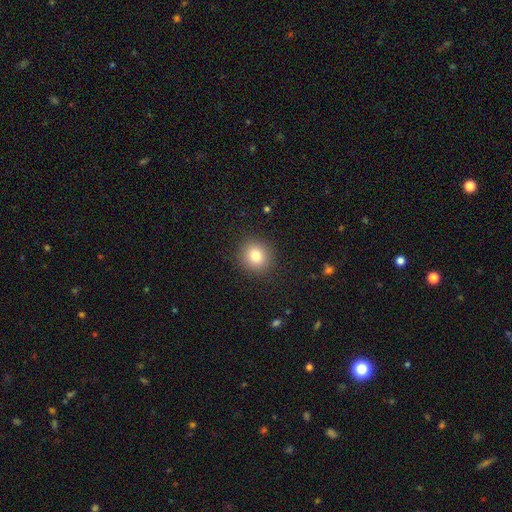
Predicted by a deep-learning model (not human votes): Smooth or featured?
  - smooth: 80% *
  - star or artifact: 11%
  - featured or disk: 8%
How rounded?
  - round: 88% *
  - in between: 11%
  - cigar-shaped: 1%
Merging?
  - none: 90% *
  - minor disturbance: 6%
  - major disturbance: 2%
  - merger: 1%